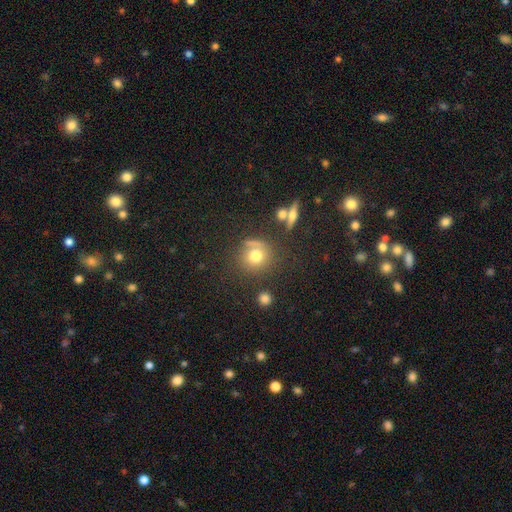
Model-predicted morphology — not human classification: A smooth galaxy with no disk features (72%) that is round (88%). Merging: none (67%).